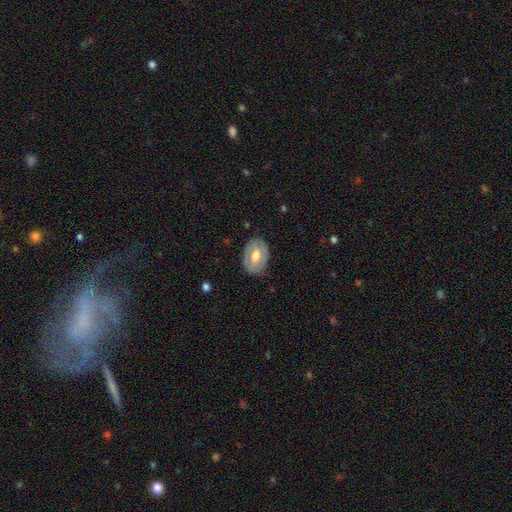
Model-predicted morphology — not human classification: The model was most divided on "smooth or featured": smooth: 48%, featured or disk: 46%, star or artifact: 6%. More confident: merging — none (81%).